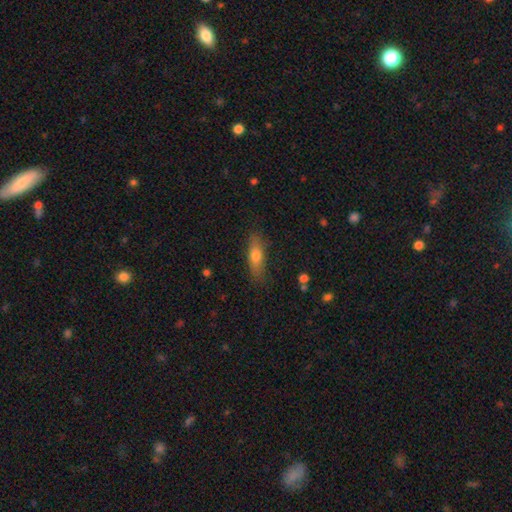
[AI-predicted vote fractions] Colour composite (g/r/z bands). It shows a smooth galaxy with no disk features (69%) that is in between round and cigar-shaped (51%). Merging: none (80%).